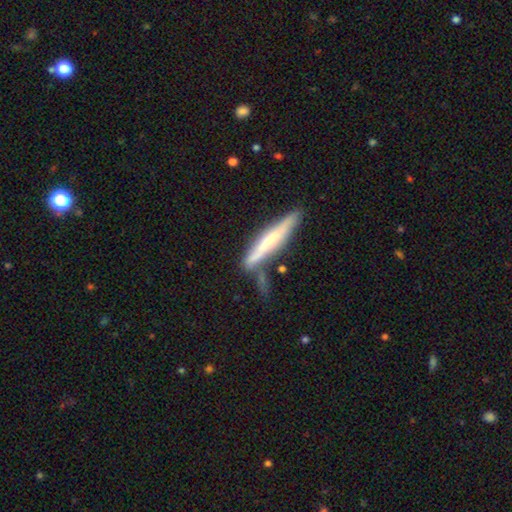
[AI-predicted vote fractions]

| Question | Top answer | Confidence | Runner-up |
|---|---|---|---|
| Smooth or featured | featured or disk | 52% | smooth (41%) |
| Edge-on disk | yes | 93% | no (7%) |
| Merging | none | 65% | minor disturbance (20%) |